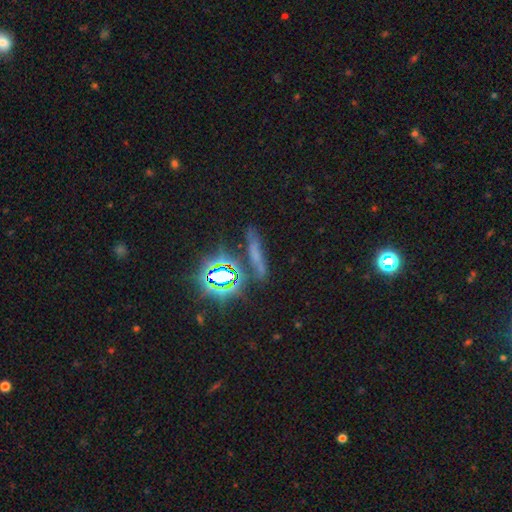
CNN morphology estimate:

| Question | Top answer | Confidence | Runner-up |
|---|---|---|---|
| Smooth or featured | star or artifact | 42% | smooth (38%) |